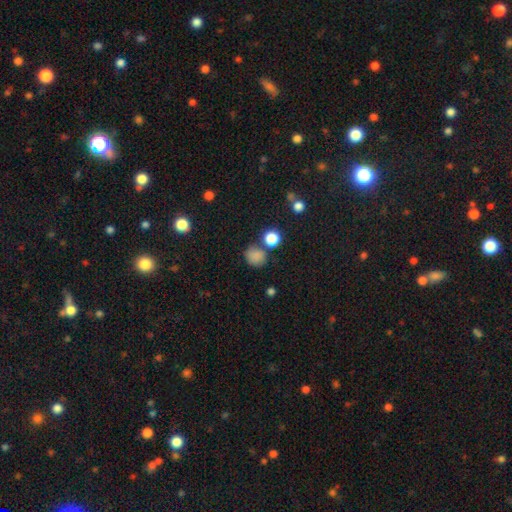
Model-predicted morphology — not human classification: smooth-or-featured: smooth: 81% | star or artifact: 14% | featured or disk: 5%
  how-rounded: round: 79% | in between: 20% | cigar-shaped: 1%
  merging: none: 67% | minor disturbance: 14% | merger: 14% | major disturbance: 5%